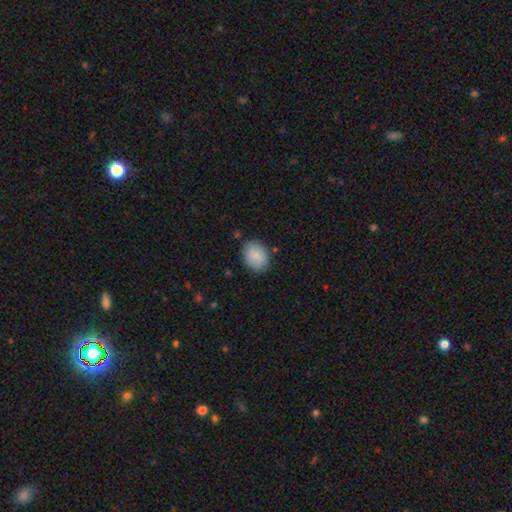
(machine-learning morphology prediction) Overall: smooth (85%). How rounded: in between (59%; round 39%). Merging: none (82%).